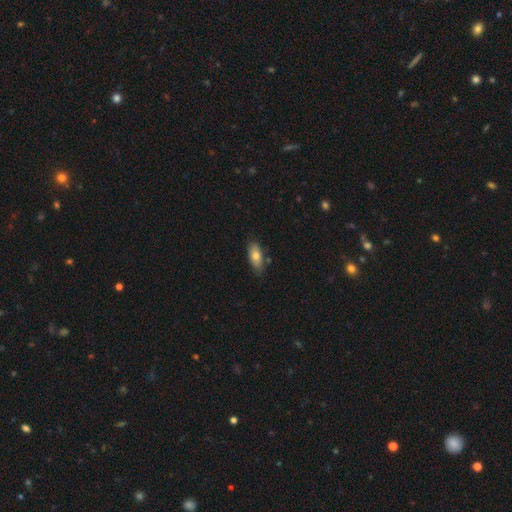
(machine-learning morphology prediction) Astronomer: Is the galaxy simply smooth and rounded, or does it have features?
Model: smooth — 75%.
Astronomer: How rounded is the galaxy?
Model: in between — 80%.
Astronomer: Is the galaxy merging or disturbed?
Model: none — 77%.